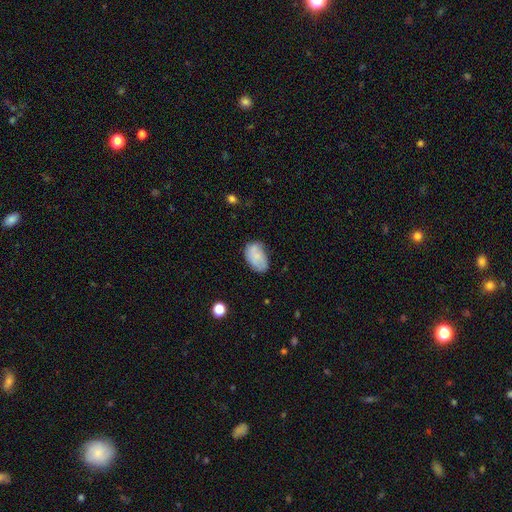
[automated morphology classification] smooth-or-featured: smooth: 73% | featured or disk: 19% | star or artifact: 8%
  how-rounded: in between: 91% | round: 8% | cigar-shaped: 1%
  merging: none: 56% | minor disturbance: 30% | major disturbance: 9% | merger: 6%